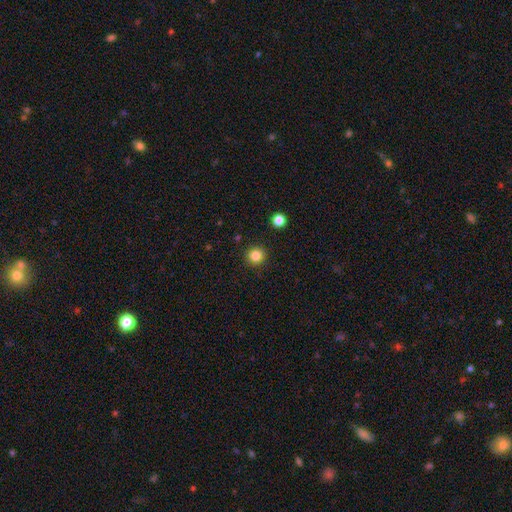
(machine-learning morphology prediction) This appears to be a smooth galaxy with no disk features (84%) that is round (95%). Merging: none (92%).